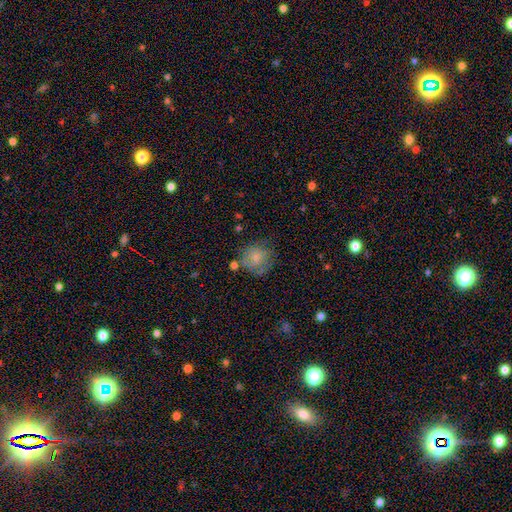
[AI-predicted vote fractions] Smooth or featured? Predicted: smooth (p=0.69). How rounded? Predicted: round (p=0.86). Merging? Predicted: none (p=0.63).